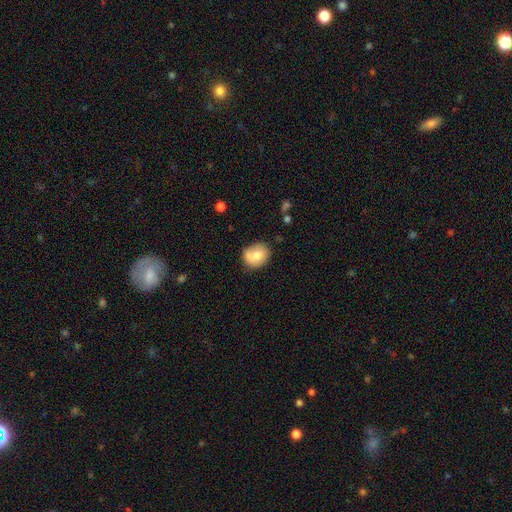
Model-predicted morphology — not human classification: This appears to be a smooth galaxy with no disk features (75%) that is round (66%). Merging: none (61%).